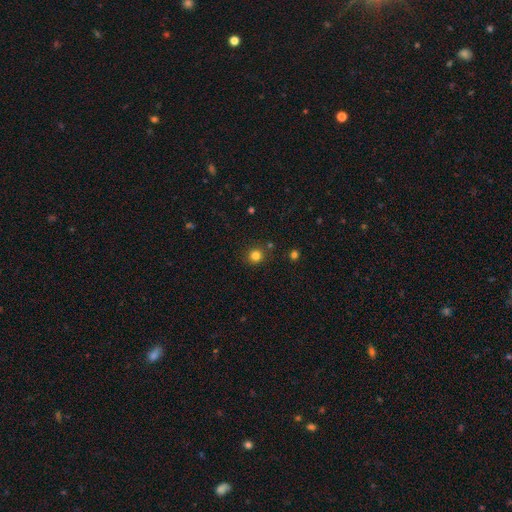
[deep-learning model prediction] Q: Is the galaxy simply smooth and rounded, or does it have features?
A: smooth — 81%.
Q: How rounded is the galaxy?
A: round — 92%.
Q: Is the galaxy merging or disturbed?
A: none — 87%.